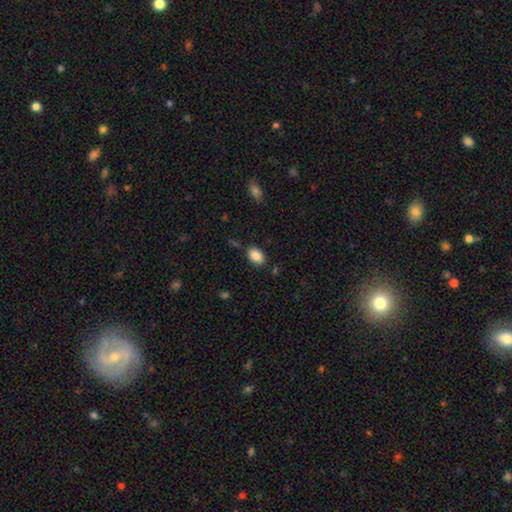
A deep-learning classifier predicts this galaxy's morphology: A smooth galaxy with no disk features (87%) that is in between round and cigar-shaped (87%).

Vote fractions:
- Smooth or featured? smooth: 87% / star or artifact: 8% / featured or disk: 5%
- How rounded? in between: 87% / round: 12% / cigar-shaped: 1%
- Merging? none: 81% / minor disturbance: 13% / merger: 3% / major disturbance: 3%